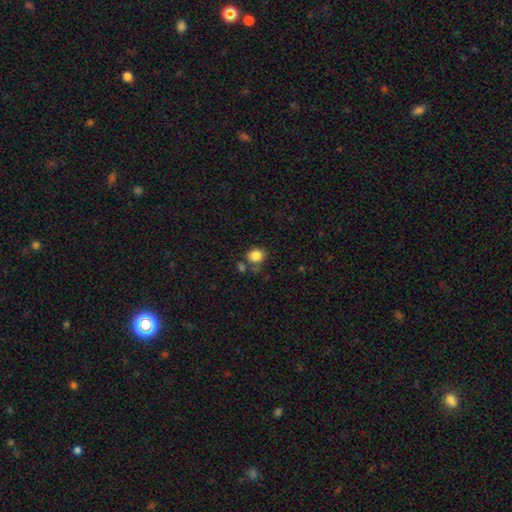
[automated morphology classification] Q: Smooth or featured?
A: smooth (84%); runner-up: star or artifact (10%)
Q: How rounded?
A: round (71%); runner-up: in between (28%)
Q: Merging?
A: none (67%); runner-up: minor disturbance (15%)